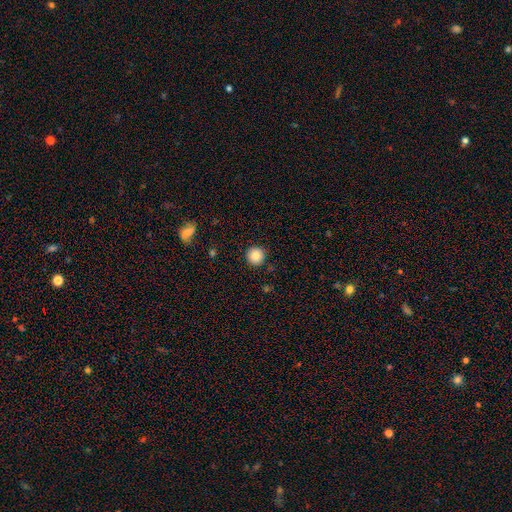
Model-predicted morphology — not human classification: smooth_or_featured: smooth (p=0.85) [alt: star or artifact p=0.10]
how_rounded: round (p=0.95) [alt: in between p=0.04]
merging: none (p=0.90) [alt: minor disturbance p=0.06]